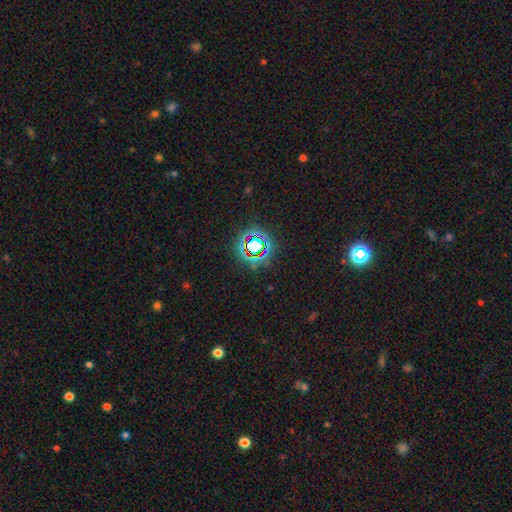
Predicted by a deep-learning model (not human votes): smooth-or-featured: star or artifact: 76% | smooth: 15% | featured or disk: 9%